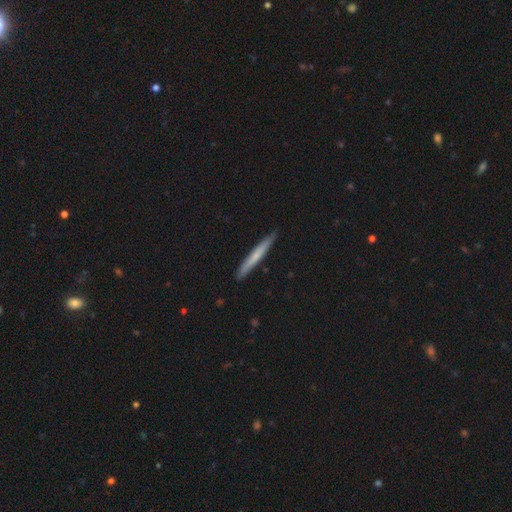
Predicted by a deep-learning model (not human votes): This appears to be a smooth galaxy with no disk features (61%) that is cigar-shaped (96%). Merging: none (90%).